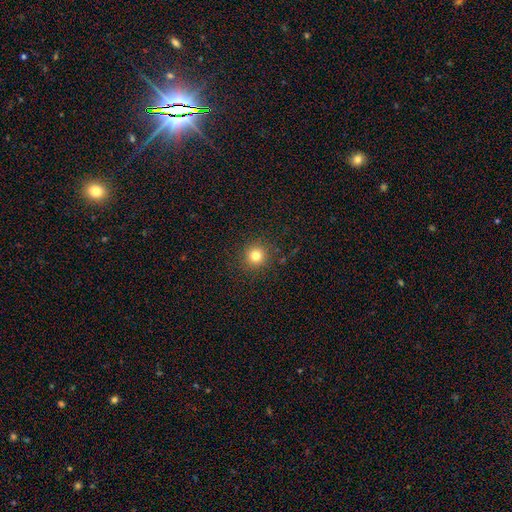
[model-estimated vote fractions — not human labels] A smooth galaxy with no disk features (79%) that is round (93%). Merging: none (90%).